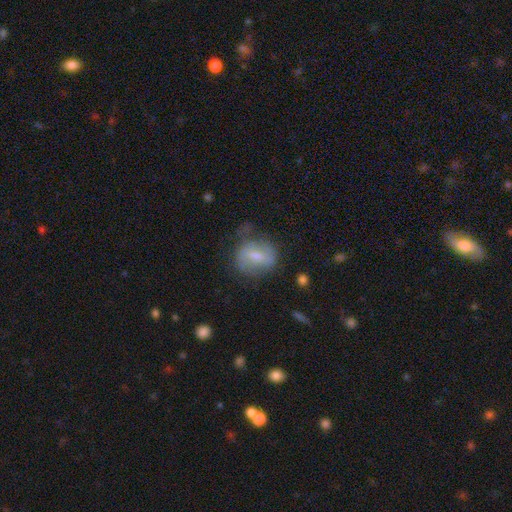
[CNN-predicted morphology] The model was most divided on "smooth or featured": smooth: 47%, featured or disk: 45%, star or artifact: 8%. More confident: merging — none (58%).